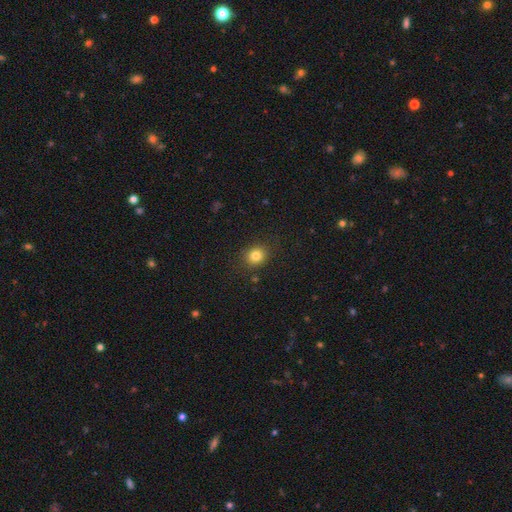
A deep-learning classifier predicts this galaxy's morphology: Smooth or featured? Predicted: smooth (p=0.82). How rounded? Predicted: round (p=0.72). Merging? Predicted: none (p=0.87).